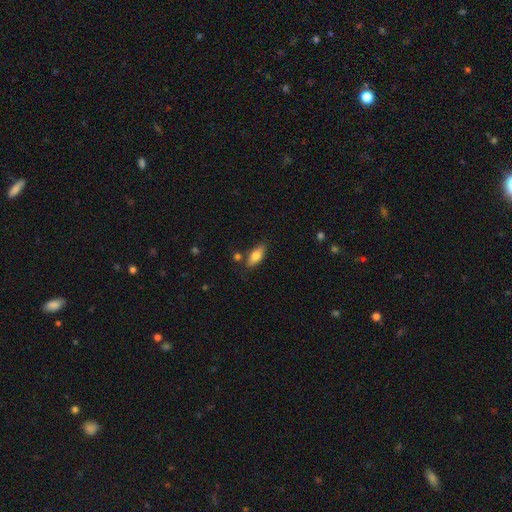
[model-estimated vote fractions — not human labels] The model was most divided on "merging": none: 77%, minor disturbance: 14%, merger: 6%, major disturbance: 3%. More confident: how rounded — in between (83%); smooth or featured — smooth (79%).